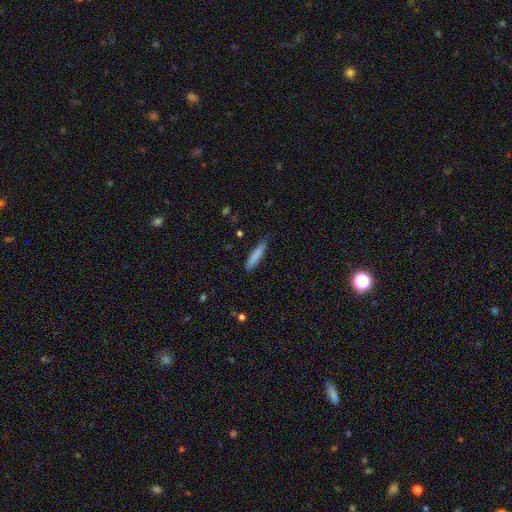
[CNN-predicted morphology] A smooth galaxy with no disk features (83%) that is cigar-shaped (85%).

Vote fractions:
- Smooth or featured? smooth: 83% / featured or disk: 11% / star or artifact: 6%
- How rounded? cigar-shaped: 85% / in between: 13% / round: 1%
- Merging? none: 82% / minor disturbance: 14% / major disturbance: 2% / merger: 1%